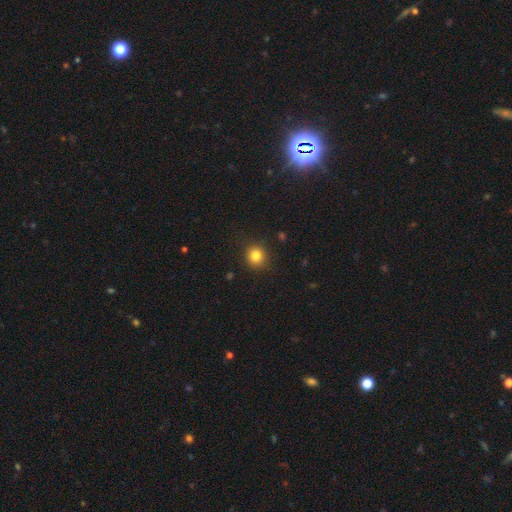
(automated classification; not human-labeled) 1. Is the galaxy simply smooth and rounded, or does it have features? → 83% smooth, 12% star or artifact, 6% featured or disk.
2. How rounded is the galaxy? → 88% round, 11% in between, 1% cigar-shaped.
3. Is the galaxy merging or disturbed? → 90% none, 7% minor disturbance, 2% major disturbance, 1% merger.